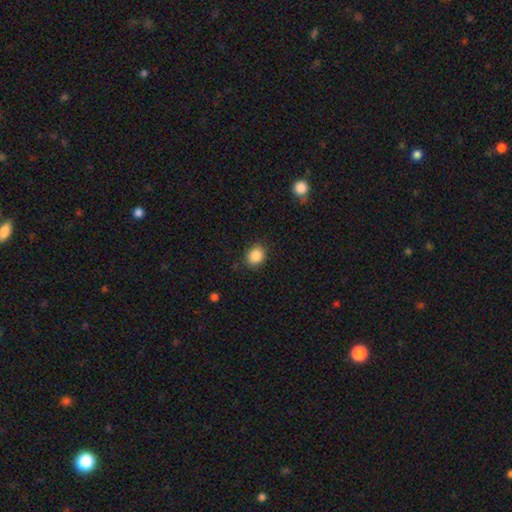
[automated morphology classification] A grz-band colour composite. It shows a smooth galaxy with no disk features (86%) that is round (60%). Merging: none (86%).